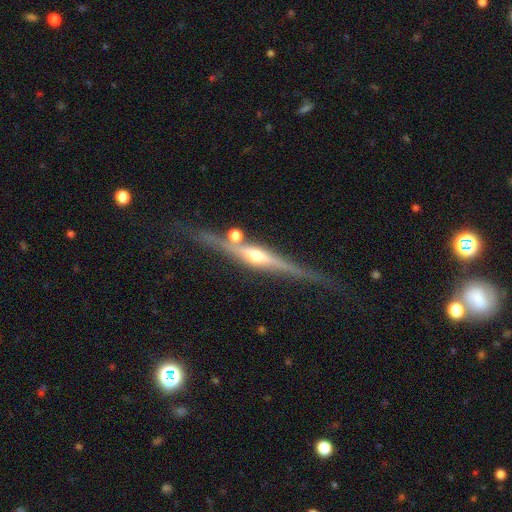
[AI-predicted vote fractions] Q: Smooth or featured?
A: featured or disk (84%); runner-up: smooth (10%)
Q: Edge-on disk?
A: yes (97%); runner-up: no (3%)
Q: Edge-on bulge?
A: rounded (88%); runner-up: boxy (8%)
Q: Merging?
A: none (77%); runner-up: minor disturbance (13%)